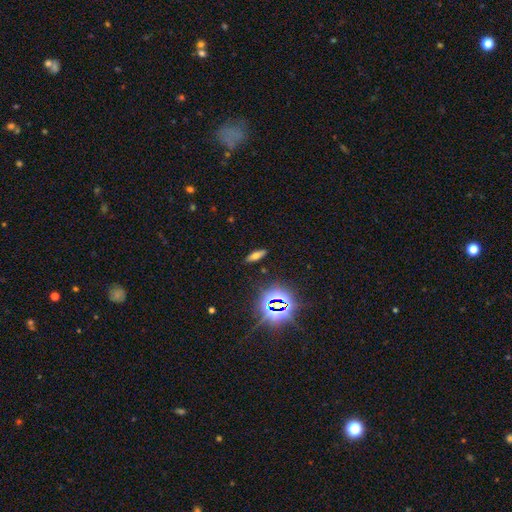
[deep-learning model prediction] Q: Smooth or featured?
A: smooth (55%); runner-up: star or artifact (24%)
Q: How rounded?
A: in between (50%); runner-up: cigar-shaped (45%)
Q: Merging?
A: none (89%); runner-up: minor disturbance (8%)